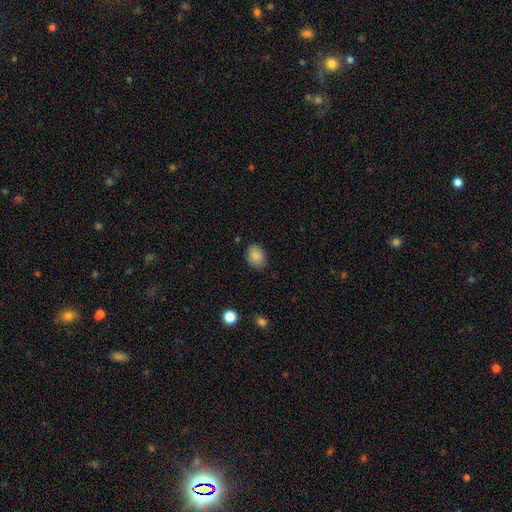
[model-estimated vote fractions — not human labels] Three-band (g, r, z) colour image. It shows a smooth galaxy with no disk features (87%) that is in between round and cigar-shaped (68%). Merging: none (83%).